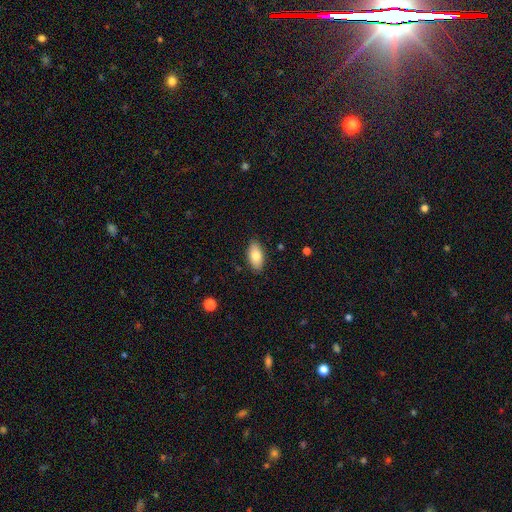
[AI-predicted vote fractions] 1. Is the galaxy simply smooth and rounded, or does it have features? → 81% smooth, 13% featured or disk, 7% star or artifact.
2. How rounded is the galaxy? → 92% in between, 5% cigar-shaped, 3% round.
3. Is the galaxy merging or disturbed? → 87% none, 10% minor disturbance, 2% major disturbance, 1% merger.